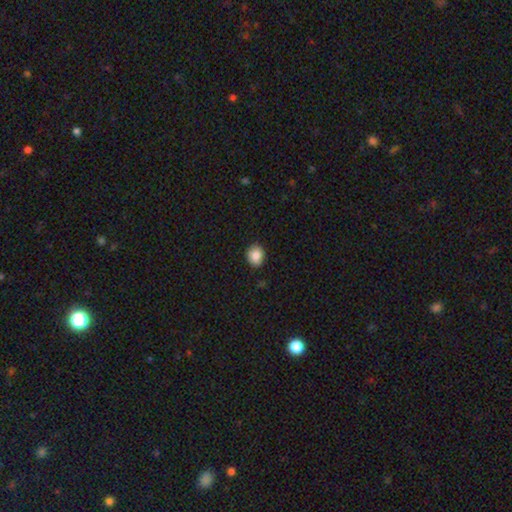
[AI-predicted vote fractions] Q: Smooth or featured?
A: smooth (85%); runner-up: star or artifact (9%)
Q: How rounded?
A: round (53%); runner-up: in between (46%)
Q: Merging?
A: none (87%); runner-up: minor disturbance (10%)